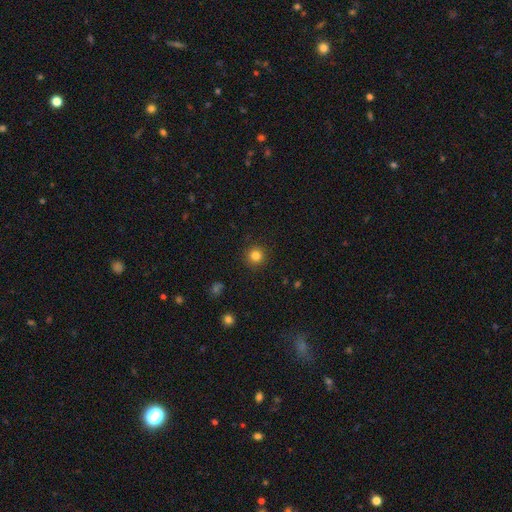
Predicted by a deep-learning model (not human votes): A smooth galaxy with no disk features (83%) that is round (95%).

Vote fractions:
- Smooth or featured? smooth: 83% / star or artifact: 12% / featured or disk: 5%
- How rounded? round: 95% / in between: 4% / cigar-shaped: 1%
- Merging? none: 92% / minor disturbance: 5% / major disturbance: 2% / merger: 1%